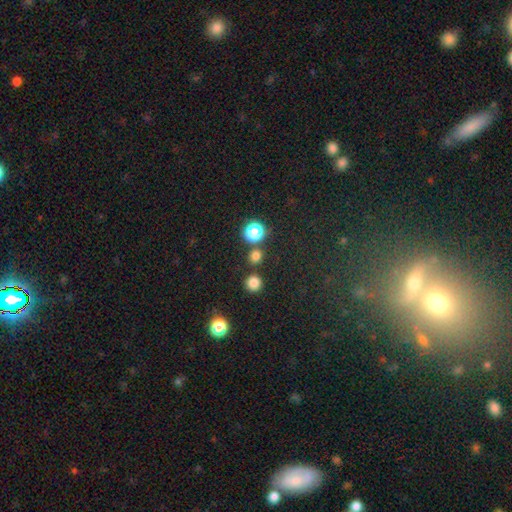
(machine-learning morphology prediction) Overall: smooth (73%). How rounded: round (89%). Merging: none (78%).